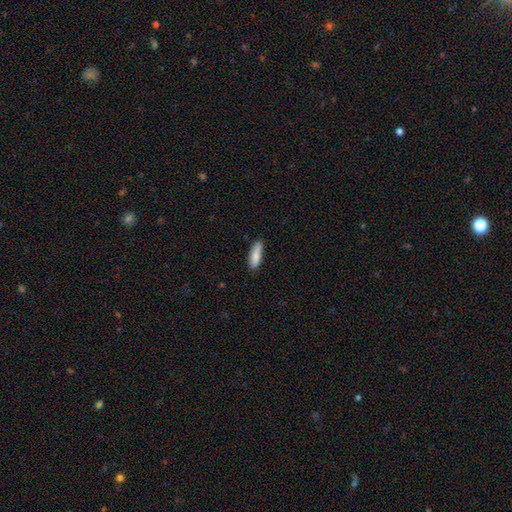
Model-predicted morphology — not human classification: smooth_or_featured: smooth (p=0.84) [alt: featured or disk p=0.10]
how_rounded: in between (p=0.49) [tied with: cigar-shaped p=0.49]
merging: none (p=0.77) [alt: minor disturbance p=0.18]